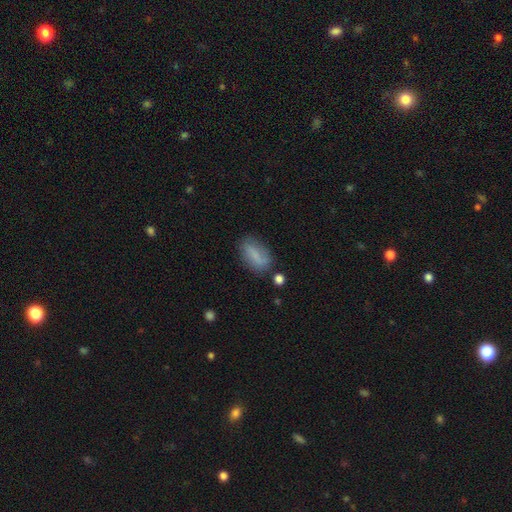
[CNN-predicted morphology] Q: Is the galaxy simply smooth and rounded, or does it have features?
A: smooth — 75%.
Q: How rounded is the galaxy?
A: in between — 84%.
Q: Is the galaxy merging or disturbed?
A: none — 69%.